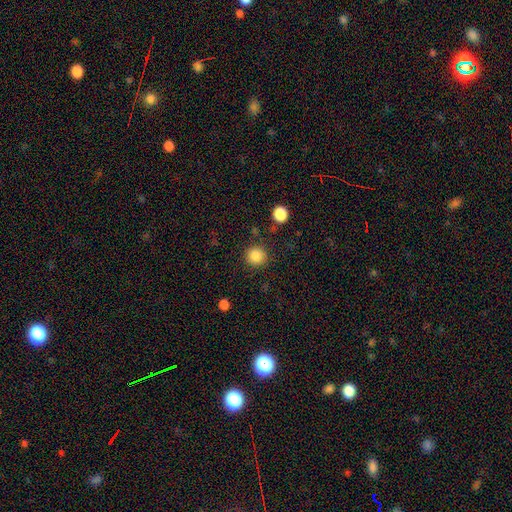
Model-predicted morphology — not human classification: type=smooth (86%); roundness=round (94%); merging=none (88%).